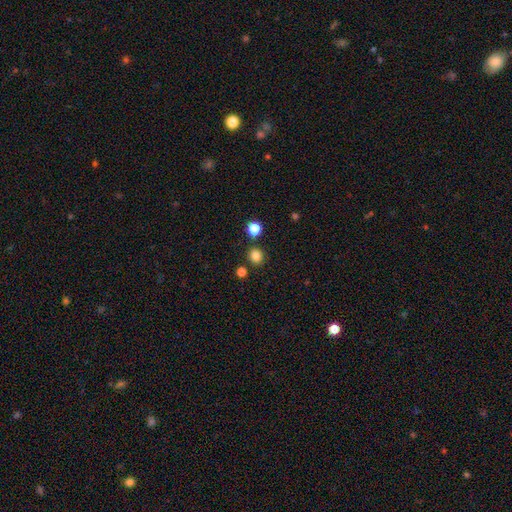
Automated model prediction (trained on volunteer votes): Smooth or featured?
  - smooth: 83% *
  - star or artifact: 13%
  - featured or disk: 4%
How rounded?
  - round: 87% *
  - in between: 12%
  - cigar-shaped: 1%
Merging?
  - none: 85% *
  - minor disturbance: 7%
  - merger: 6%
  - major disturbance: 2%